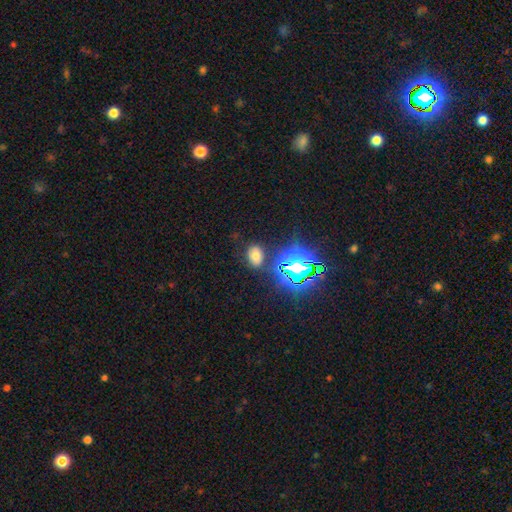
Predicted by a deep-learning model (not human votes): smooth-or-featured: smooth: 60% | star or artifact: 29% | featured or disk: 11%
  how-rounded: in between: 74% | round: 24% | cigar-shaped: 1%
  merging: none: 79% | minor disturbance: 12% | merger: 5% | major disturbance: 4%